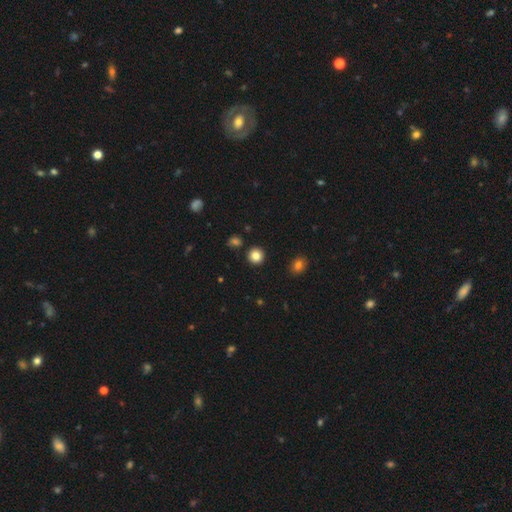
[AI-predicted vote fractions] Q: Smooth or featured?
A: smooth (84%); runner-up: star or artifact (11%)
Q: How rounded?
A: round (93%); runner-up: in between (6%)
Q: Merging?
A: none (91%); runner-up: minor disturbance (5%)